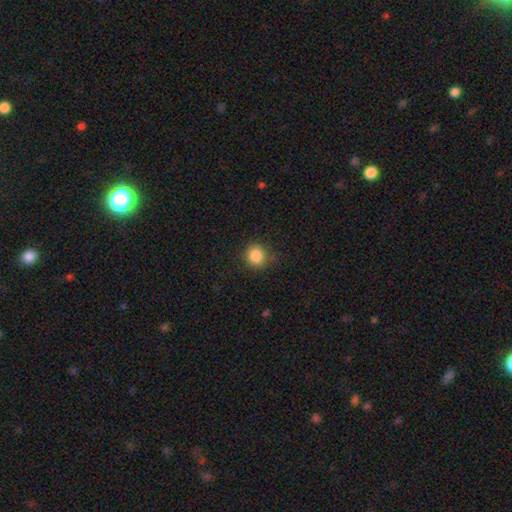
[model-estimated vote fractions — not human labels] A smooth galaxy with no disk features (86%) that is round (87%).

Vote fractions:
- Smooth or featured? smooth: 86% / star or artifact: 10% / featured or disk: 4%
- How rounded? round: 87% / in between: 12% / cigar-shaped: 1%
- Merging? none: 80% / minor disturbance: 15% / major disturbance: 4% / merger: 1%